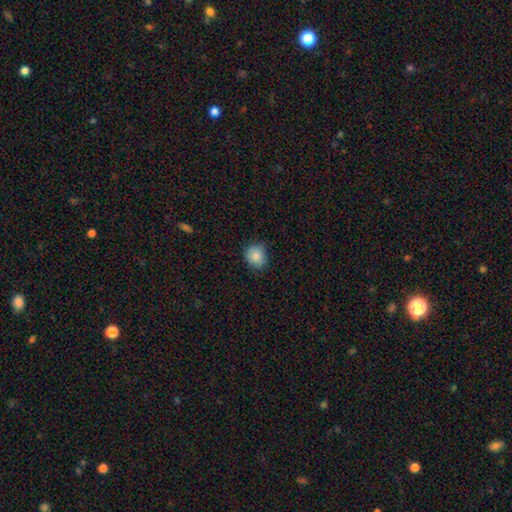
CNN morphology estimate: Smooth or featured?
  - smooth: 86% *
  - star or artifact: 9%
  - featured or disk: 5%
How rounded?
  - round: 77% *
  - in between: 23%
  - cigar-shaped: 1%
Merging?
  - none: 78% *
  - minor disturbance: 18%
  - major disturbance: 3%
  - merger: 1%